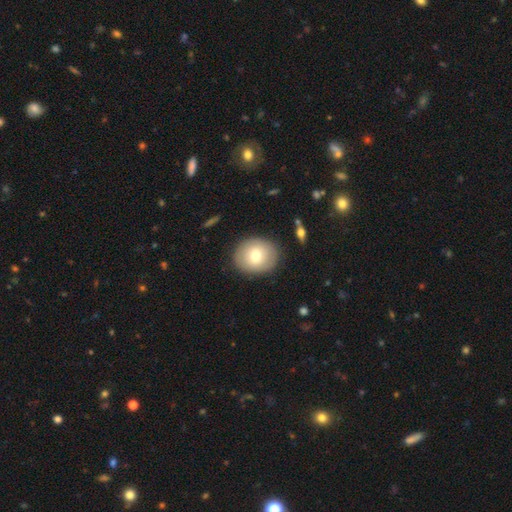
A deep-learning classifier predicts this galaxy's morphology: smooth 70%, featured or disk 23%, star or artifact 7%. Down the decision tree: how rounded — round (69%); merging — none (86%).